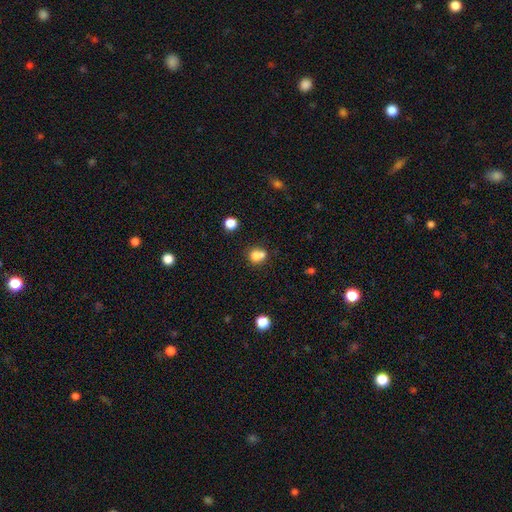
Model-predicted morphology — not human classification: smooth_or_featured: smooth (p=0.75) [alt: featured or disk p=0.13]
how_rounded: round (p=0.69) [alt: in between p=0.30]
merging: merger (p=0.51) [alt: none p=0.35]